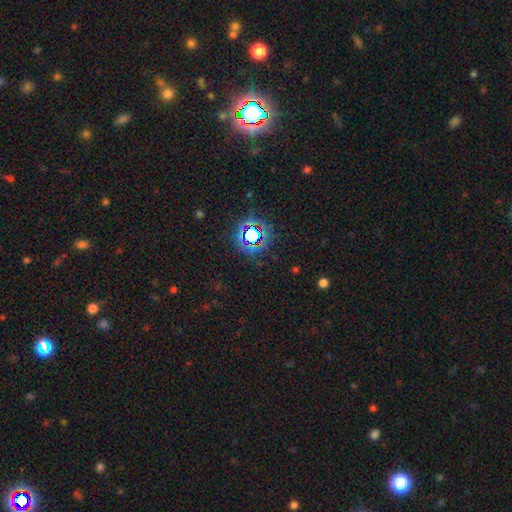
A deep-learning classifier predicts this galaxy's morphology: Q: Smooth or featured?
A: star or artifact (79%); runner-up: smooth (13%)